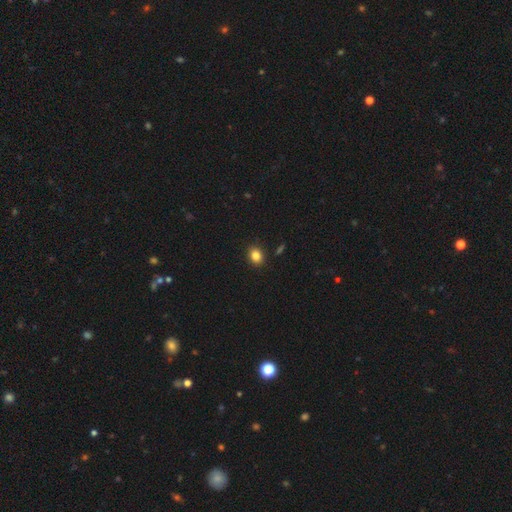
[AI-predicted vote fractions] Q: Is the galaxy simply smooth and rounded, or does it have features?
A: smooth — 84%.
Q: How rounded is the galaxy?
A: round — 50%.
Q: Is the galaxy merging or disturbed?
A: none — 90%.